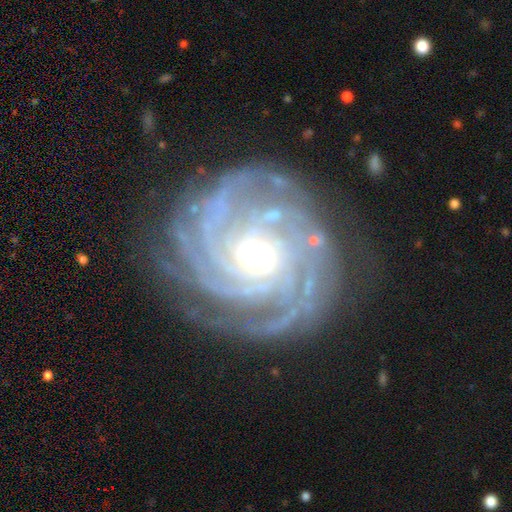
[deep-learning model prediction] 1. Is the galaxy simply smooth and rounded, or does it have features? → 91% featured or disk, 5% star or artifact, 4% smooth.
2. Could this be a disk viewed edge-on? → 98% no, 2% yes.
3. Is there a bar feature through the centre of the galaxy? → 64% no, 25% weak, 12% strong.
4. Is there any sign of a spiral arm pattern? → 98% yes, 2% no.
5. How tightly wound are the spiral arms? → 81% tight, 17% medium, 3% loose.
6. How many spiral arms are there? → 26% more than 4, 23% 4, 17% can't tell, 16% 3, 10% 2, 8% 1.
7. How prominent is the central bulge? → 67% moderate, 22% small, 9% large, 1% none, 1% dominant.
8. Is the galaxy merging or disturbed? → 78% none, 15% minor disturbance, 6% major disturbance, 2% merger.